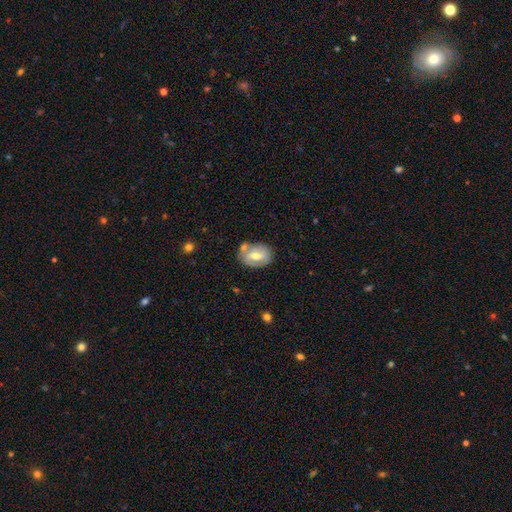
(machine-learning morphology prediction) Smooth or featured? featured or disk (49%)
Merging? none (63%)